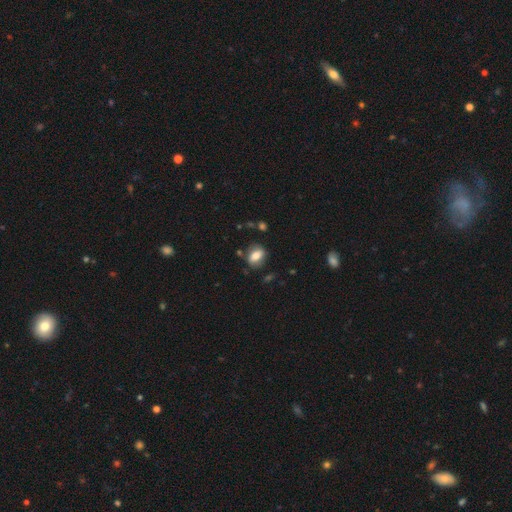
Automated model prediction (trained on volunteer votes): Overall: smooth (75%). How rounded: in between (70%). Merging: none (78%).